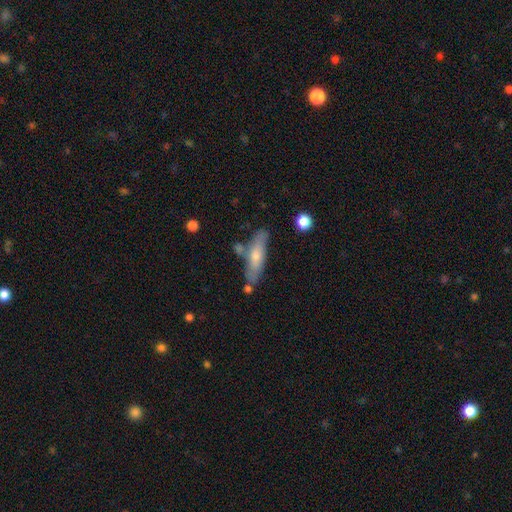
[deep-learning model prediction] Q: Smooth or featured?
A: smooth (55%); runner-up: featured or disk (38%)
Q: How rounded?
A: cigar-shaped (68%); runner-up: in between (30%)
Q: Merging?
A: none (68%); runner-up: minor disturbance (18%)